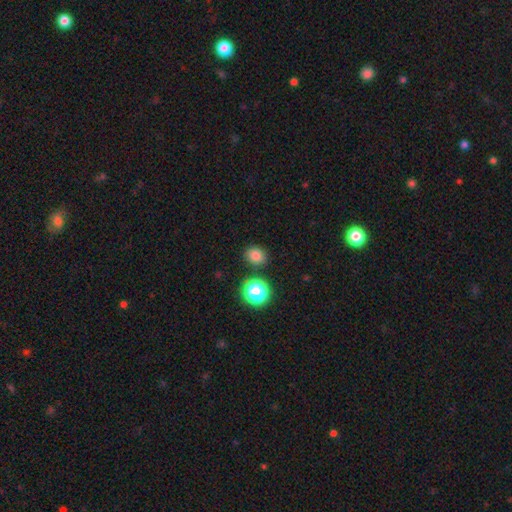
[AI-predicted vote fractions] Overall: smooth (78%). How rounded: round (65%; in between 34%). Merging: none (84%).